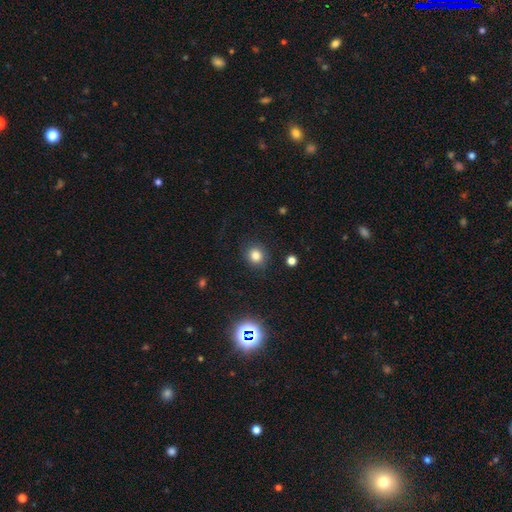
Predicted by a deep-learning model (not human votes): Q: Smooth or featured?
A: smooth (81%); runner-up: star or artifact (13%)
Q: How rounded?
A: round (81%); runner-up: in between (18%)
Q: Merging?
A: none (88%); runner-up: minor disturbance (8%)